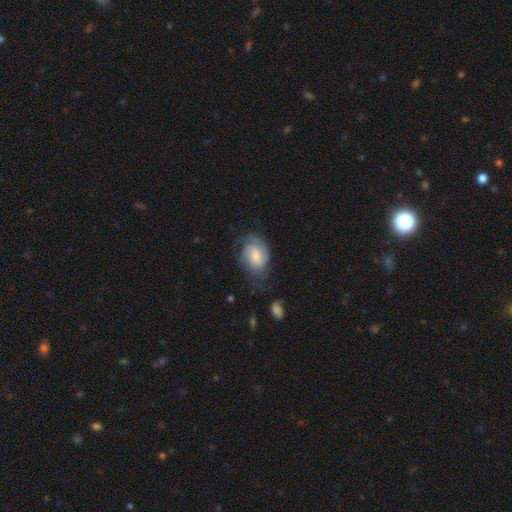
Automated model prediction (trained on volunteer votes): The model was most divided on "bulge size": small: 42%, moderate: 41%, large: 9%, none: 6%, dominant: 2%. Remaining: edge-on disk — no (96%); spiral arms — yes (88%); bar — no (59%); smooth or featured — featured or disk (59%); merging — none (52%); spiral winding — tight (43%); spiral arm count — can't tell (34%).